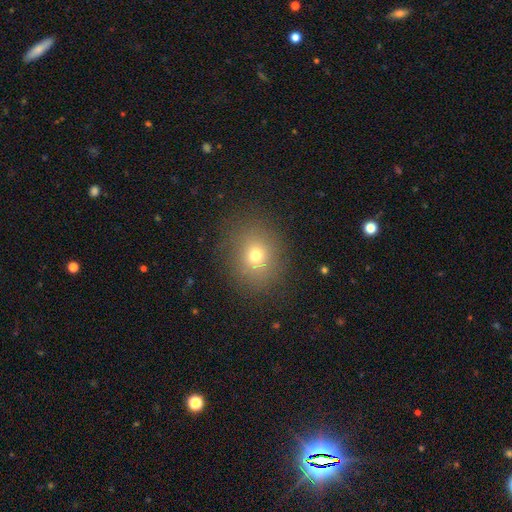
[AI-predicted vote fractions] Overall: smooth (71%). How rounded: round (72%). Merging: none (84%).